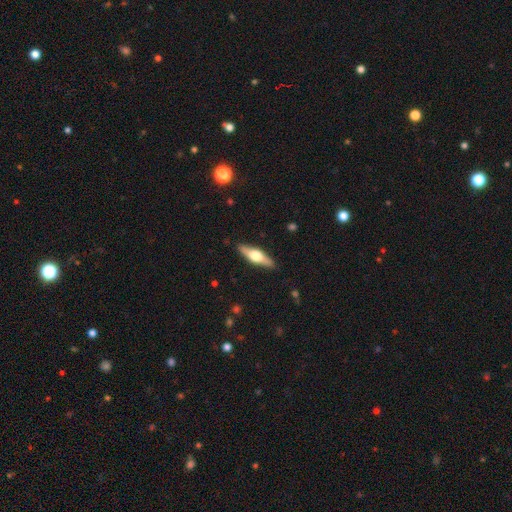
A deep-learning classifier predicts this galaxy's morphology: type=featured or disk (57%); edge-on=yes (93%); edge-on bulge=rounded (94%); merging=none (89%).